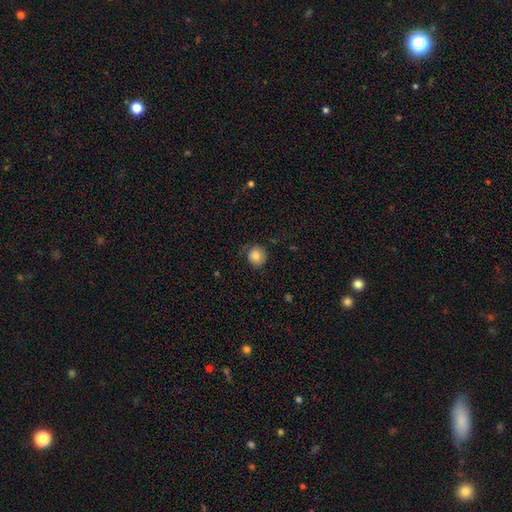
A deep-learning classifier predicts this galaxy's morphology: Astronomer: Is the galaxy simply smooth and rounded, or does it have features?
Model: smooth — 77%.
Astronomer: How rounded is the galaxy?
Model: round — 89%.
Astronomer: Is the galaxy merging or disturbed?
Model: none — 72%.